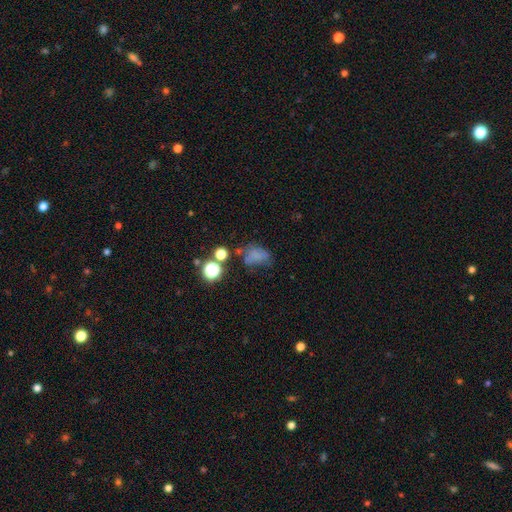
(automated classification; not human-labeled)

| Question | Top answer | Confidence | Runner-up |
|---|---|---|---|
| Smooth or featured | smooth | 55% | featured or disk (23%) |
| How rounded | in between | 65% | round (33%) |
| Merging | none | 39% | minor disturbance (26%) |